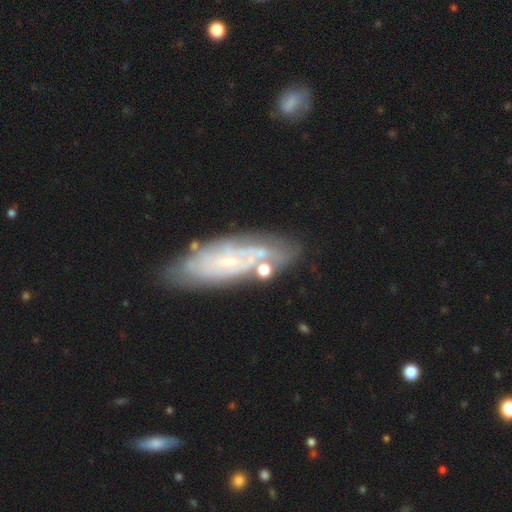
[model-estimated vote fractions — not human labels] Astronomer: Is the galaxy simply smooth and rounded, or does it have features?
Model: featured or disk — 63%.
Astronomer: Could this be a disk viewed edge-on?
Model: no — 87%.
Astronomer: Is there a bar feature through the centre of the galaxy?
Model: no — 58%.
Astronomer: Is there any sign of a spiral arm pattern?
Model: yes — 54% (runner-up: no, 46%).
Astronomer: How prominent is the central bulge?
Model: small — 52%.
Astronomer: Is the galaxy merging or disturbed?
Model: none — 57%.